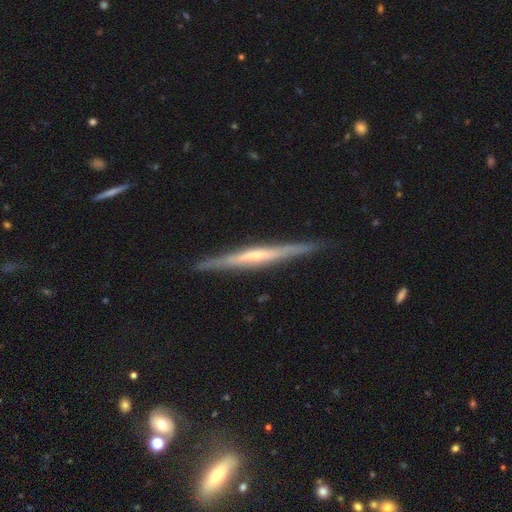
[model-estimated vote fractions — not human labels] smooth_or_featured: featured or disk (p=0.71) [alt: smooth p=0.23]
disk_edge_on: yes (p=0.97) [alt: no p=0.03]
edge_on_bulge: none (p=0.46) [alt: rounded p=0.38]
merging: none (p=0.88) [alt: minor disturbance p=0.09]